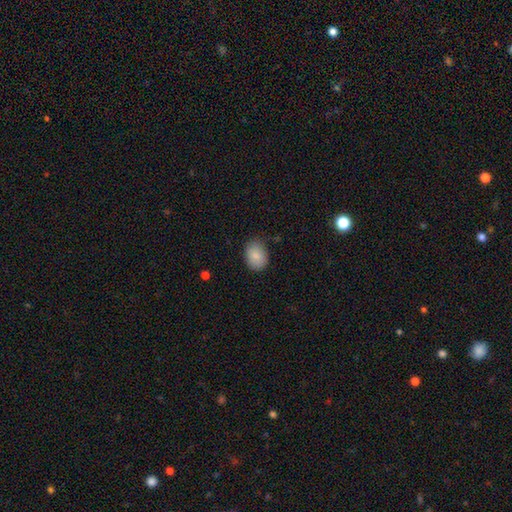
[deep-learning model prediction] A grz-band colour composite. It shows a smooth galaxy with no disk features (88%) that is in between round and cigar-shaped (70%). Merging: none (77%).